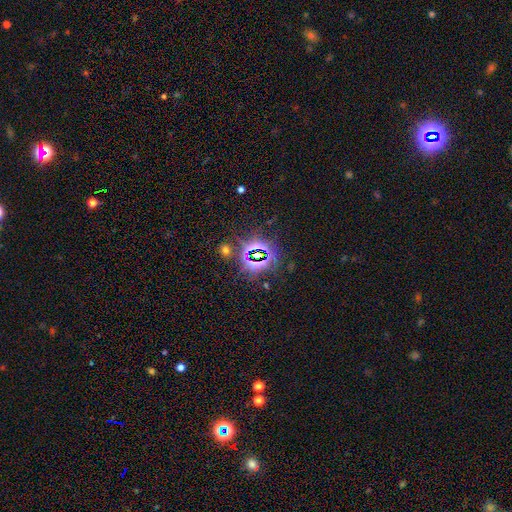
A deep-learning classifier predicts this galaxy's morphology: type=star or artifact (79%).